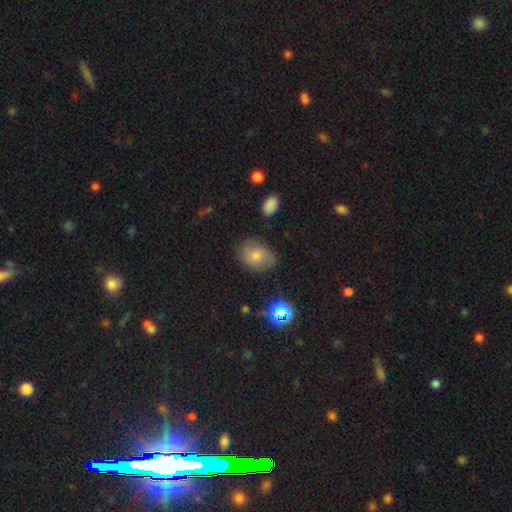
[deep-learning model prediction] Smooth or featured? Predicted: smooth (p=0.60). How rounded? Predicted: in between (p=0.66). Merging? Predicted: none (p=0.67).